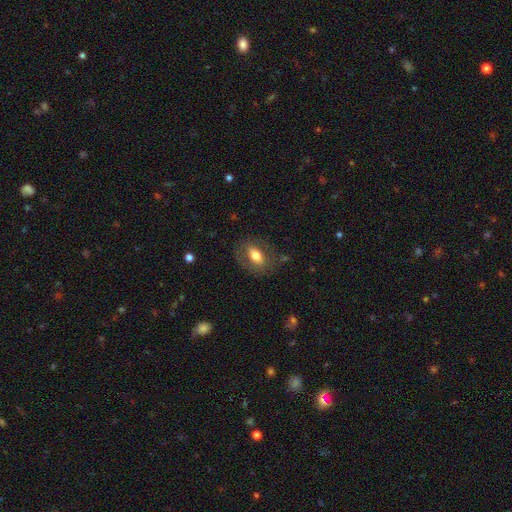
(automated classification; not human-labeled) smooth 65%, featured or disk 27%, star or artifact 8%. Down the decision tree: how rounded — in between (83%); merging — none (75%).